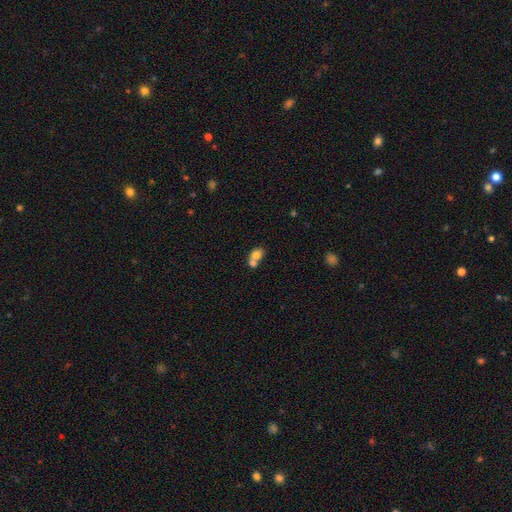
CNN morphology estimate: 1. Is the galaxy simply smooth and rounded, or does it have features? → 74% smooth, 16% featured or disk, 10% star or artifact.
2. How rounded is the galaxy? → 56% in between, 43% round, 1% cigar-shaped.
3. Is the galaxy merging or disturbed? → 64% merger, 26% none, 7% minor disturbance, 3% major disturbance.